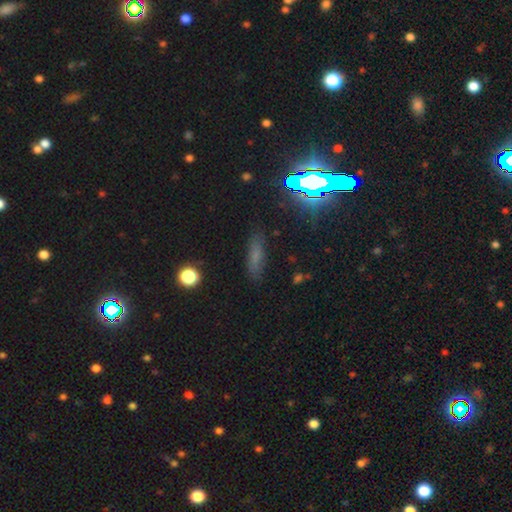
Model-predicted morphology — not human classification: This is possibly a smooth galaxy (58%). How rounded: likely cigar-shaped (63%). Merging: clearly none (82%).